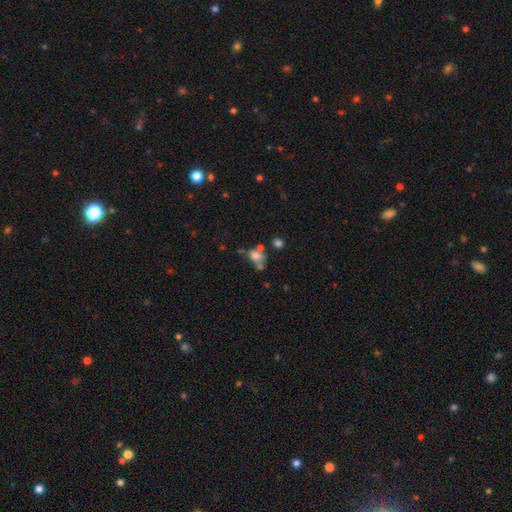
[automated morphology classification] Smooth or featured: smooth — 63% (featured or disk — 22%)
How rounded: in between — 68% (round — 30%)
Merging: merger — 40% (none — 31%)